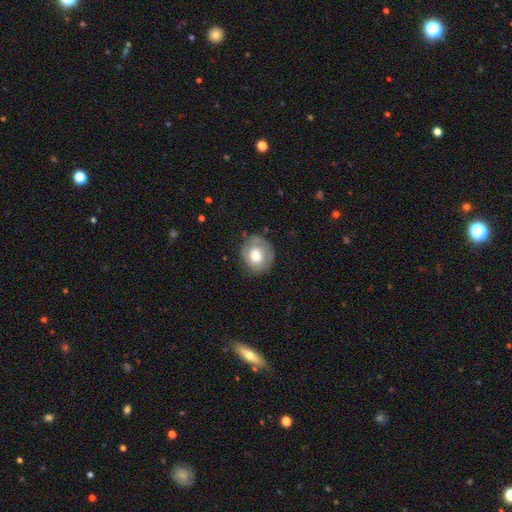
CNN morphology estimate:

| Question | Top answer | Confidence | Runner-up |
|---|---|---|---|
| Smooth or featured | smooth | 62% | featured or disk (31%) |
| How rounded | round | 74% | in between (25%) |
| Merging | none | 69% | minor disturbance (22%) |